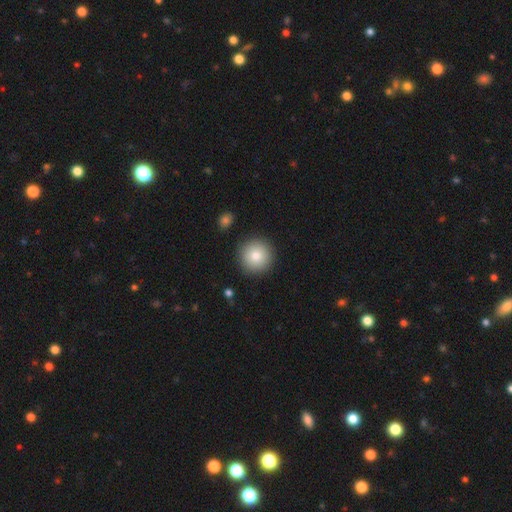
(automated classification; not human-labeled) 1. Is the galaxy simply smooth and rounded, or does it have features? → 81% smooth, 10% featured or disk, 9% star or artifact.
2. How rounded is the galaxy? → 95% round, 4% in between, 1% cigar-shaped.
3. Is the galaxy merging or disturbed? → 90% none, 6% minor disturbance, 2% major disturbance, 2% merger.